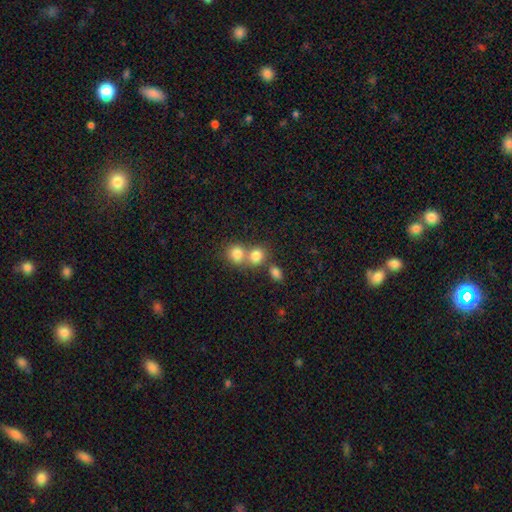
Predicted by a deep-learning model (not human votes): Smooth or featured: smooth — 80% (star or artifact — 11%)
How rounded: round — 72% (in between — 27%)
Merging: merger — 50% (none — 41%)